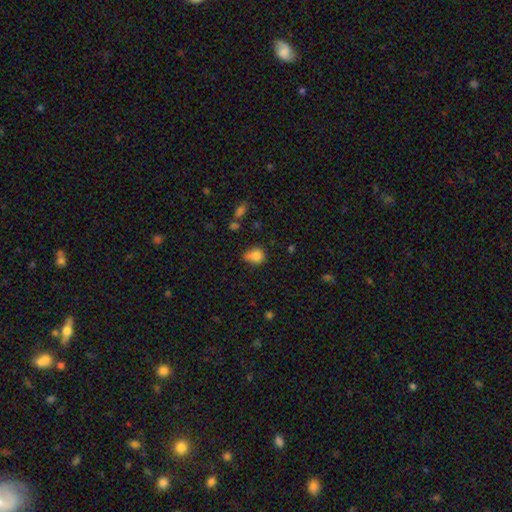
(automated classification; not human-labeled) Smooth or featured: smooth — 81% (star or artifact — 11%)
How rounded: round — 55% (in between — 43%)
Merging: none — 46% (minor disturbance — 36%)